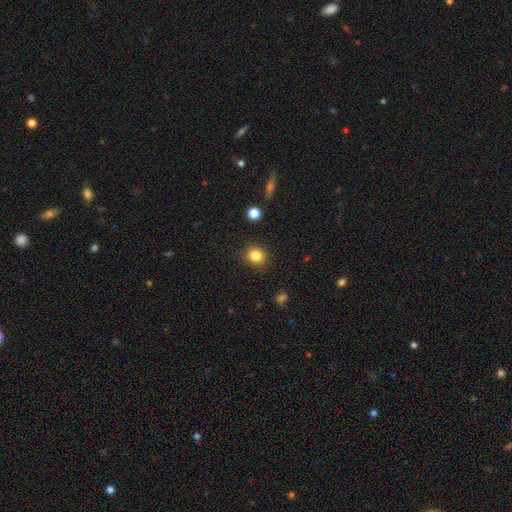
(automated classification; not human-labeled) A smooth galaxy with no disk features (83%) that is round (82%).

Vote fractions:
- Smooth or featured? smooth: 83% / star or artifact: 11% / featured or disk: 5%
- How rounded? round: 82% / in between: 17% / cigar-shaped: 1%
- Merging? none: 89% / minor disturbance: 7% / major disturbance: 2% / merger: 1%